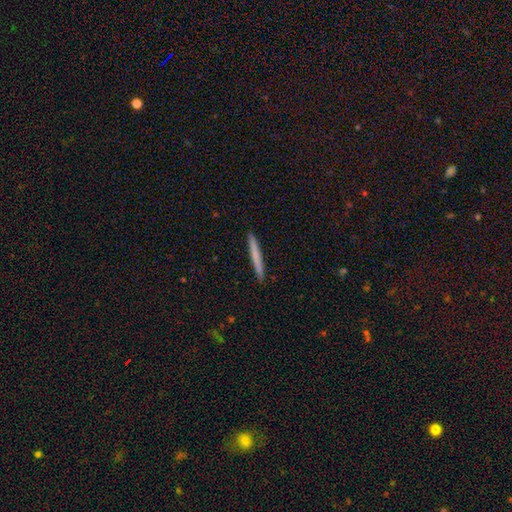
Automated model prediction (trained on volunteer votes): A smooth galaxy with no disk features (67%) that is cigar-shaped (97%). Merging: none (92%).